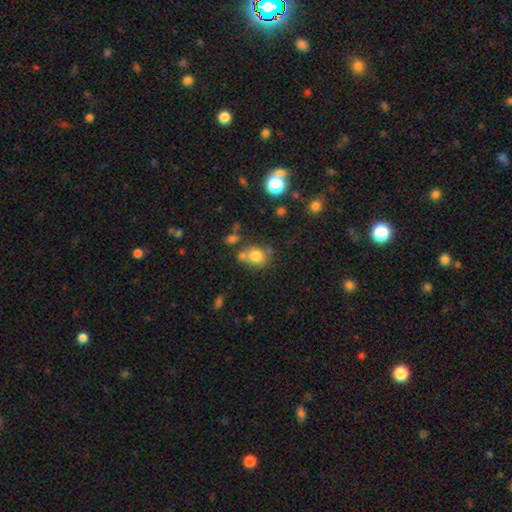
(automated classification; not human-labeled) Smooth or featured?
  - smooth: 77% *
  - star or artifact: 12%
  - featured or disk: 11%
How rounded?
  - round: 60% *
  - in between: 39%
  - cigar-shaped: 1%
Merging?
  - none: 55% *
  - merger: 24%
  - minor disturbance: 15%
  - major disturbance: 6%